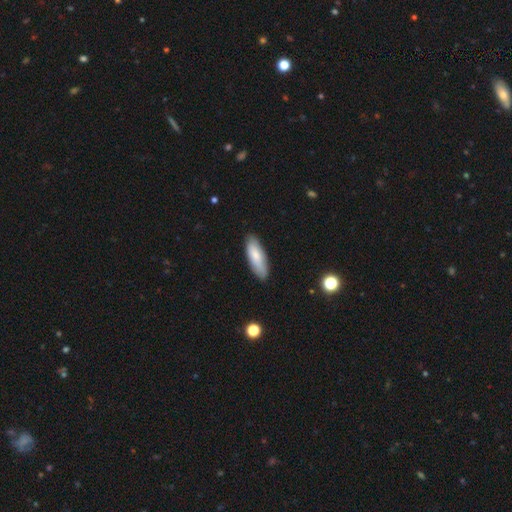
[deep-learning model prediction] The model was most divided on "how rounded": in between: 60%, cigar-shaped: 39%, round: 2%. More confident: merging — none (85%); smooth or featured — smooth (78%).